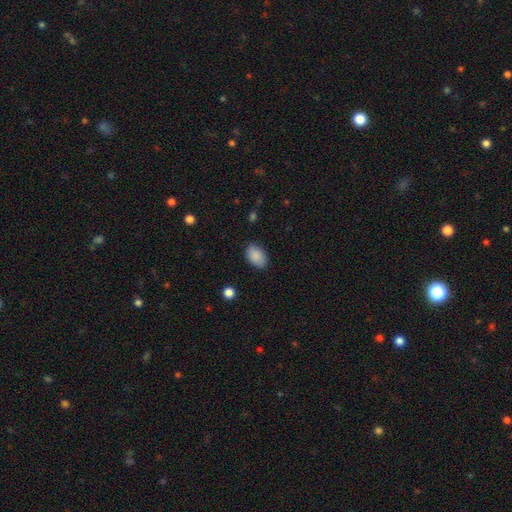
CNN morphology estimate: This appears to be a smooth galaxy with no disk features (90%) that is in between round and cigar-shaped (90%). Merging: none (86%).